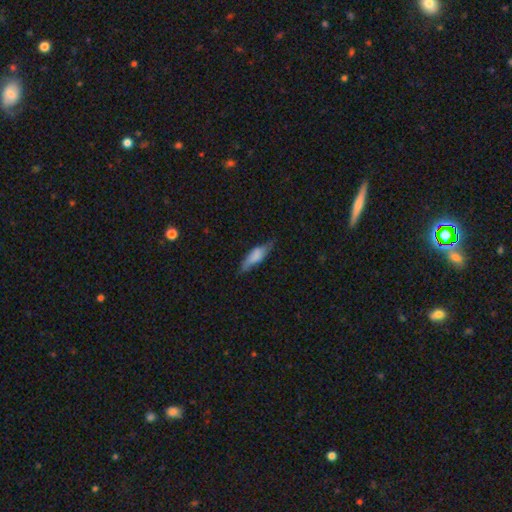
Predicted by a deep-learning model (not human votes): This appears to be a smooth galaxy with no disk features (65%) that is cigar-shaped (51%). Merging: none (65%).